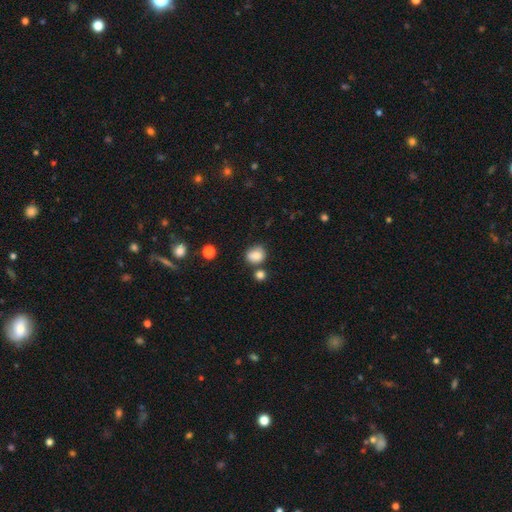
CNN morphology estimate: A smooth galaxy with no disk features (83%) that is round (66%).

Vote fractions:
- Smooth or featured? smooth: 83% / star or artifact: 10% / featured or disk: 7%
- How rounded? round: 66% / in between: 33% / cigar-shaped: 1%
- Merging? none: 65% / minor disturbance: 19% / merger: 11% / major disturbance: 5%